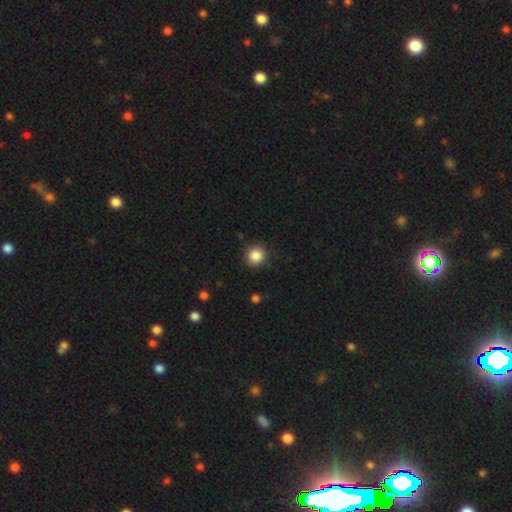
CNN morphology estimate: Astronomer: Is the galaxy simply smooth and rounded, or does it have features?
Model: smooth — 85%.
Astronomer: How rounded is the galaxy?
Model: round — 93%.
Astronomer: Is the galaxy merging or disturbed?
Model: none — 90%.